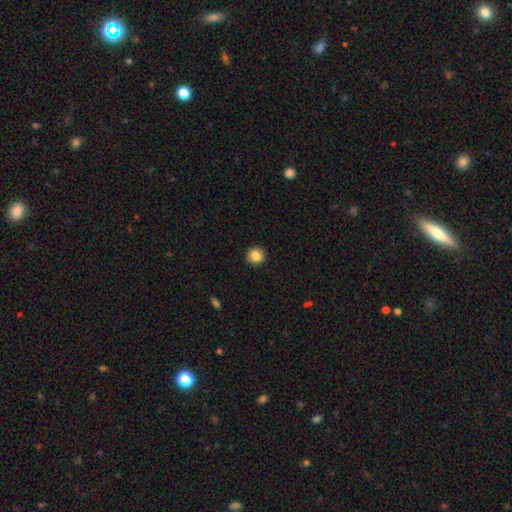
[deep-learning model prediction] smooth 86%, star or artifact 9%, featured or disk 5%. Down the decision tree: how rounded — round (89%); merging — none (92%).